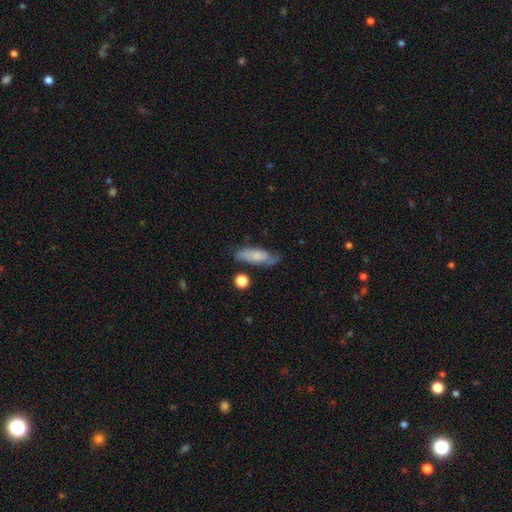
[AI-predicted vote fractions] smooth-or-featured: smooth: 65% | featured or disk: 28% | star or artifact: 8%
  how-rounded: in between: 61% | cigar-shaped: 36% | round: 3%
  merging: none: 60% | minor disturbance: 27% | major disturbance: 9% | merger: 5%